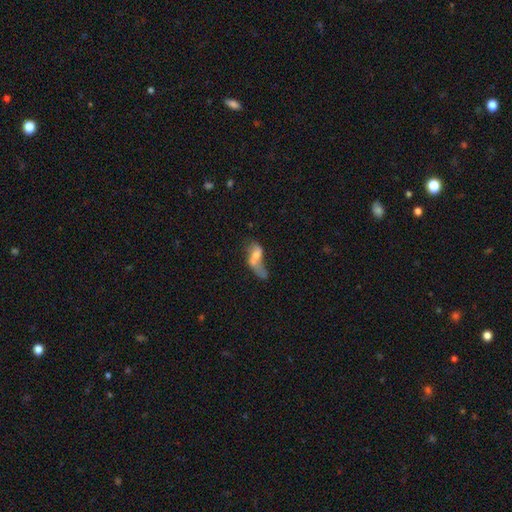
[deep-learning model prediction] Morphology: type=featured or disk (51%); edge-on=no (91%); merging=major disturbance (35%).